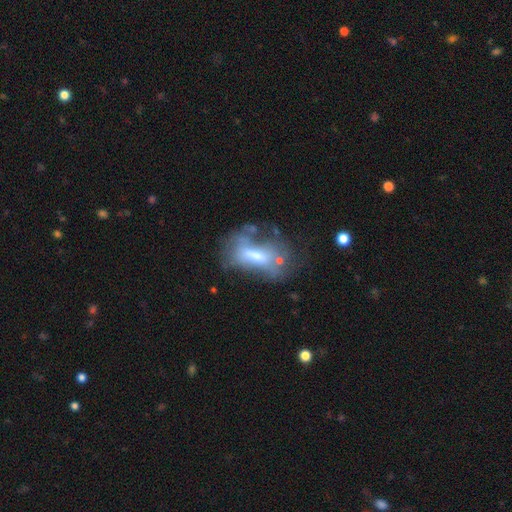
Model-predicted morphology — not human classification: A featured or disk galaxy (46%).

Vote fractions:
- Smooth or featured? featured or disk: 46% / smooth: 42% / star or artifact: 11%
- Merging? none: 31% (tied) / major disturbance: 31% (tied) / minor disturbance: 21% / merger: 16%